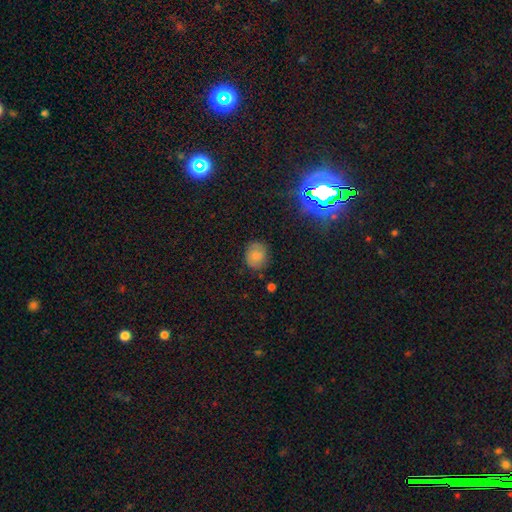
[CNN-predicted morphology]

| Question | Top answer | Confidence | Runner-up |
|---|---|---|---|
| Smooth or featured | smooth | 79% | star or artifact (12%) |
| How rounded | round | 75% | in between (24%) |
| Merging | none | 81% | minor disturbance (14%) |